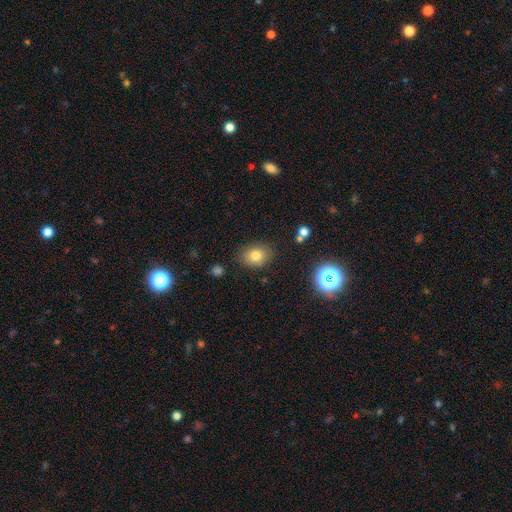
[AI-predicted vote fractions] smooth_or_featured: smooth (p=0.78) [alt: star or artifact p=0.12]
how_rounded: in between (p=0.63) [alt: round p=0.36]
merging: none (p=0.82) [alt: minor disturbance p=0.12]